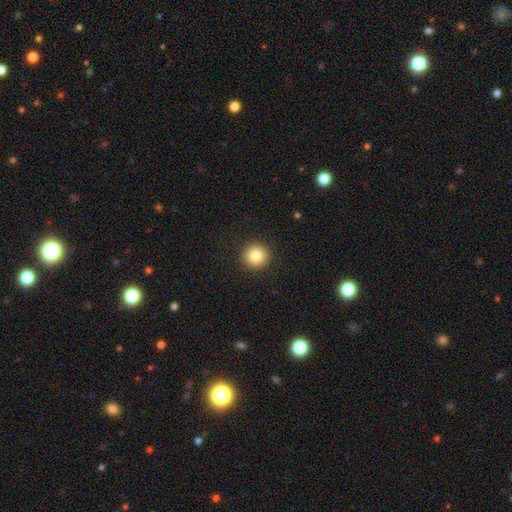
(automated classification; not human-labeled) A smooth galaxy with no disk features (83%) that is round (95%). Merging: none (93%).